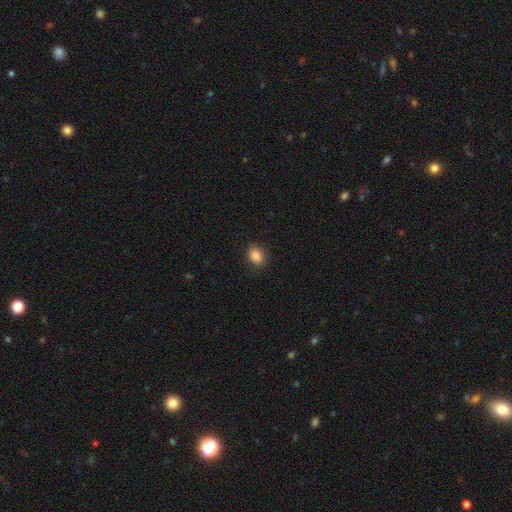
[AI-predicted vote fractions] This is clearly a smooth galaxy (87%). How rounded: likely in between (64%). Merging: clearly none (88%).